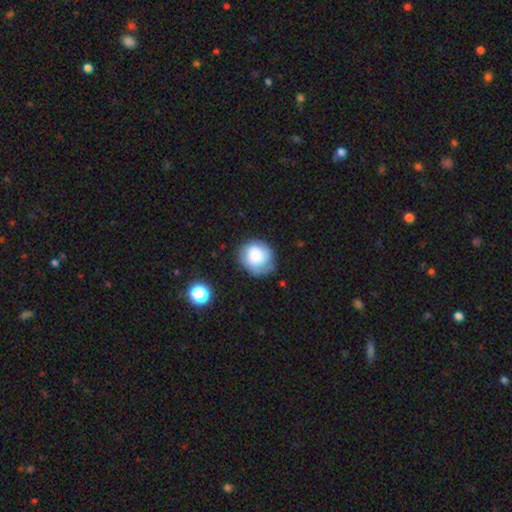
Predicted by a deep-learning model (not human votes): smooth-or-featured: smooth: 67% | featured or disk: 24% | star or artifact: 9%
  how-rounded: round: 83% | in between: 16% | cigar-shaped: 1%
  merging: none: 65% | minor disturbance: 23% | major disturbance: 9% | merger: 2%